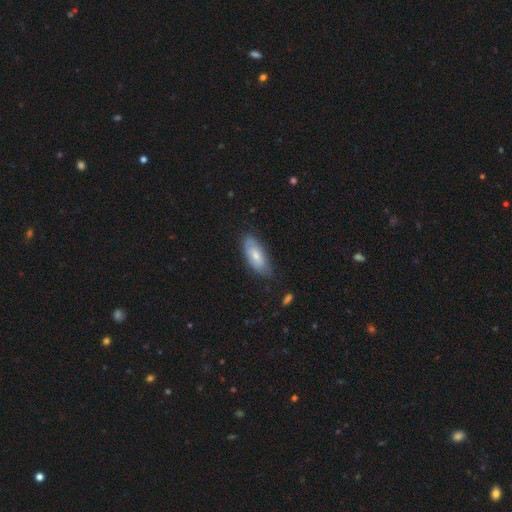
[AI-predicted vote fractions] The model was most divided on "smooth or featured": smooth: 58%, featured or disk: 36%, star or artifact: 6%. More confident: how rounded — in between (81%); merging — none (70%).